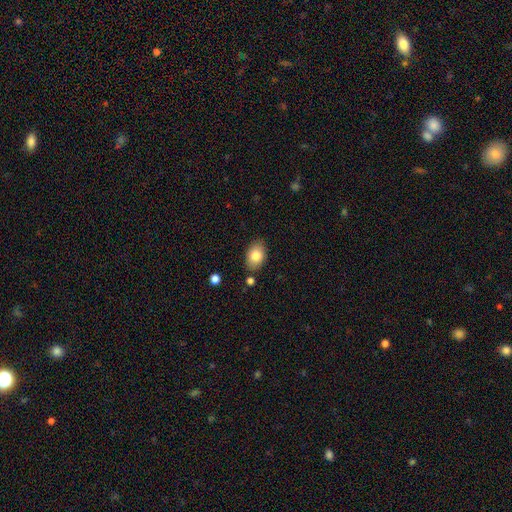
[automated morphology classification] smooth_or_featured: smooth (p=0.82) [alt: featured or disk p=0.11]
how_rounded: in between (p=0.84) [alt: round p=0.14]
merging: none (p=0.83) [alt: minor disturbance p=0.12]